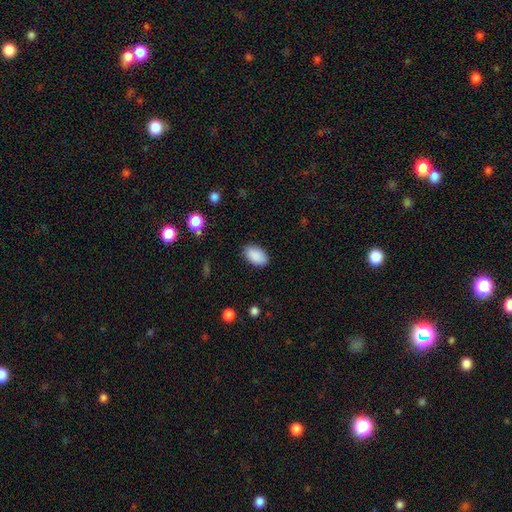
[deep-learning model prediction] smooth-or-featured: smooth: 90% | star or artifact: 7% | featured or disk: 3%
  how-rounded: in between: 94% | round: 5% | cigar-shaped: 1%
  merging: none: 87% | minor disturbance: 9% | major disturbance: 2% | merger: 1%